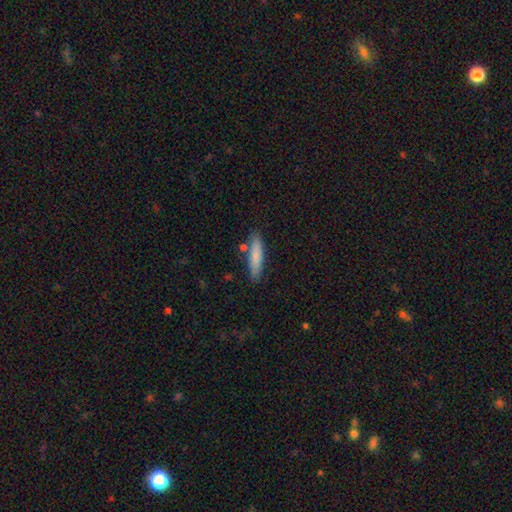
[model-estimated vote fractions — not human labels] Q: Smooth or featured?
A: smooth (80%); runner-up: featured or disk (14%)
Q: How rounded?
A: cigar-shaped (79%); runner-up: in between (19%)
Q: Merging?
A: none (81%); runner-up: minor disturbance (12%)